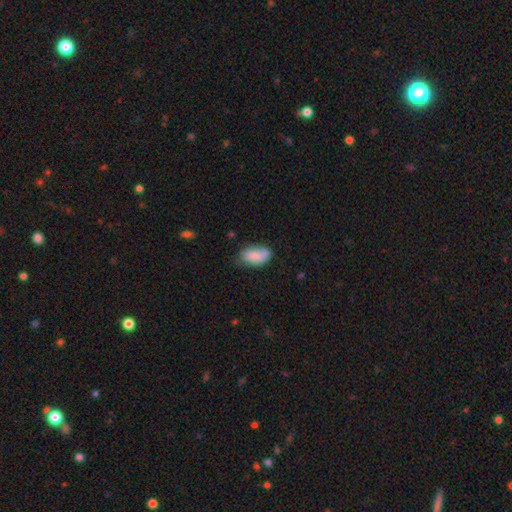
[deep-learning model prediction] Morphology: type=smooth (80%); roundness=in between (92%); merging=none (49%).